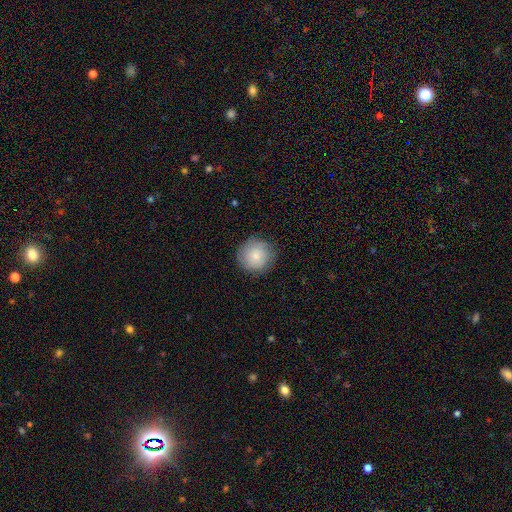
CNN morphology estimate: This appears to be a smooth galaxy with no disk features (77%) that is round (94%). Merging: none (85%).